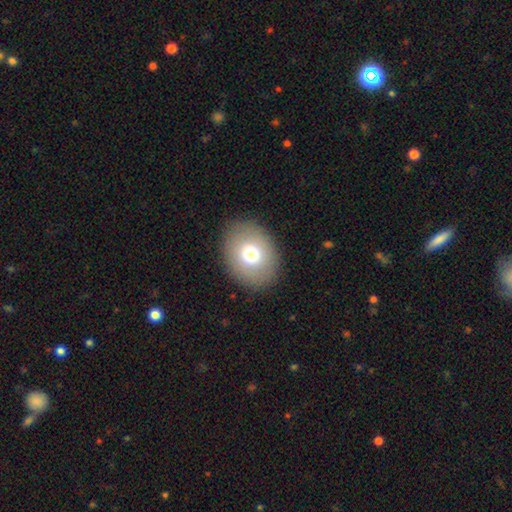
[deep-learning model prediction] Smooth or featured: smooth — 65% (featured or disk — 22%)
How rounded: in between — 56% (round — 42%)
Merging: none — 89% (minor disturbance — 7%)